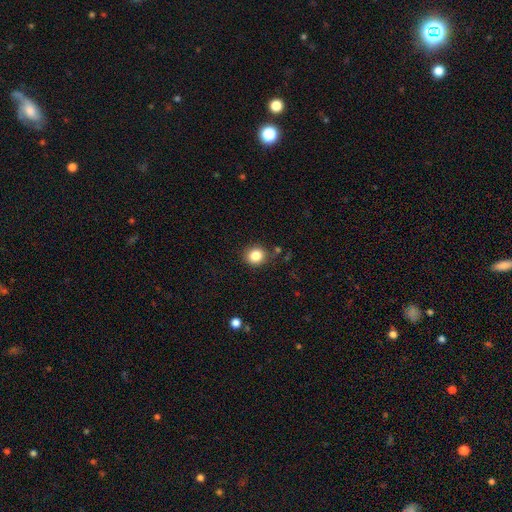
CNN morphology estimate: Smooth or featured? Predicted: smooth (p=0.84). How rounded? Predicted: round (p=0.83). Merging? Predicted: none (p=0.85).